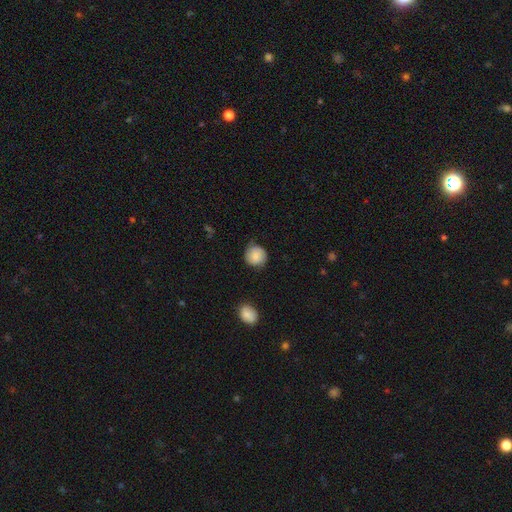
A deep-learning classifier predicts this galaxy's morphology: Q: Smooth or featured?
A: smooth (81%); runner-up: featured or disk (12%)
Q: How rounded?
A: round (89%); runner-up: in between (10%)
Q: Merging?
A: none (74%); runner-up: minor disturbance (20%)